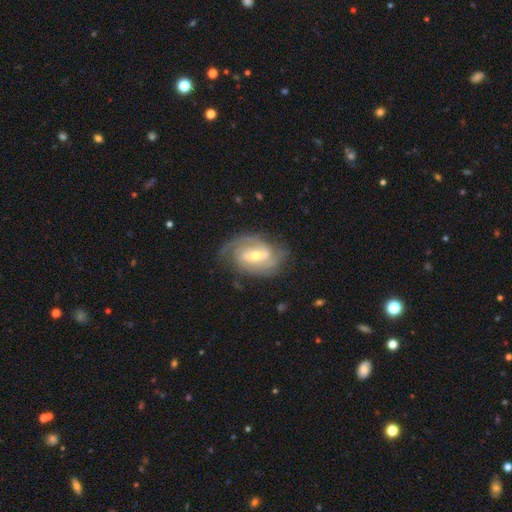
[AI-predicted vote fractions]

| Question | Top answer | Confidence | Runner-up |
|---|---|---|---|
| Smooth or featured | featured or disk | 87% | smooth (8%) |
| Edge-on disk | no | 97% | yes (3%) |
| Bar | weak | 47% | no (32%) |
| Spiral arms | yes | 96% | no (4%) |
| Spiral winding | tight | 55% | medium (36%) |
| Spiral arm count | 2 | 45% | 3 (24%) |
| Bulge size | moderate | 59% | small (37%) |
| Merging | none | 72% | minor disturbance (18%) |